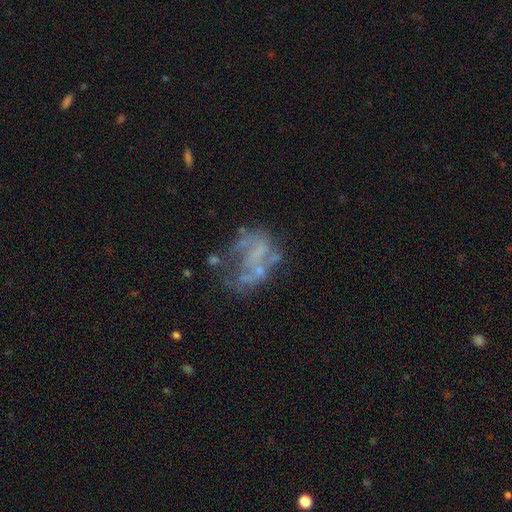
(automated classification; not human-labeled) Smooth or featured: featured or disk — 67% (smooth — 18%)
Edge-on disk: no — 98% (yes — 2%)
Bar: no — 80% (weak — 15%)
Spiral arms: no — 75% (yes — 25%)
Bulge size: none — 74% (small — 15%)
Merging: none — 37% (major disturbance — 33%)